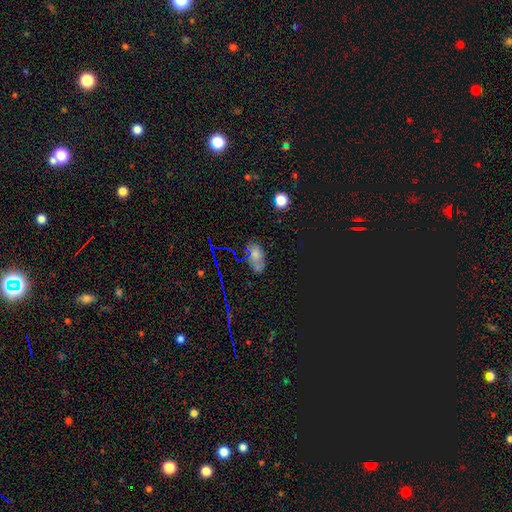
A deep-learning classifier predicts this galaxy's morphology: smooth-or-featured: smooth: 56% | star or artifact: 30% | featured or disk: 14%
  how-rounded: in between: 85% | round: 12% | cigar-shaped: 4%
  merging: none: 62% | minor disturbance: 23% | major disturbance: 9% | merger: 6%